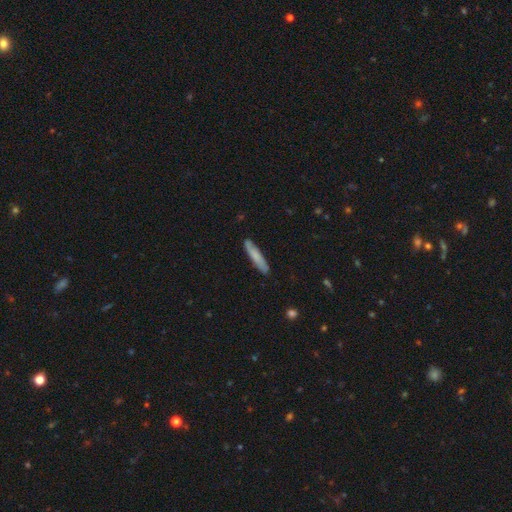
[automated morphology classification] Overall: smooth (71%). How rounded: cigar-shaped (89%). Merging: none (84%).